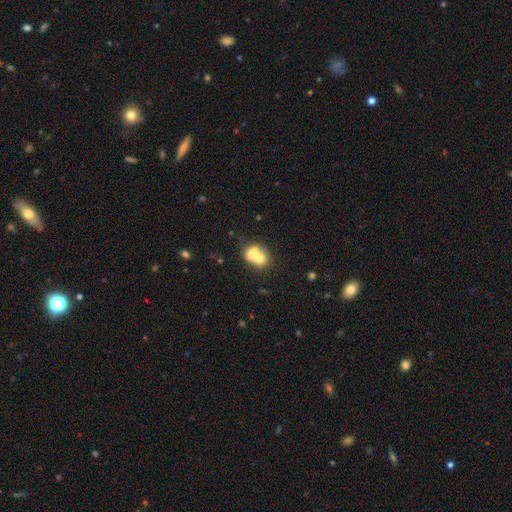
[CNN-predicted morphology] Q: Smooth or featured?
A: smooth (67%); runner-up: featured or disk (23%)
Q: How rounded?
A: in between (55%); runner-up: round (43%)
Q: Merging?
A: merger (61%); runner-up: none (24%)